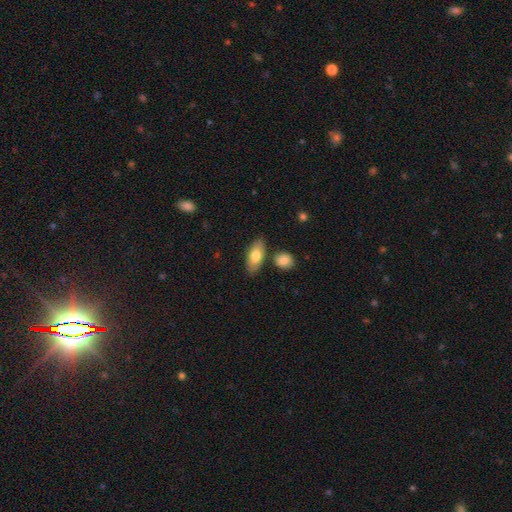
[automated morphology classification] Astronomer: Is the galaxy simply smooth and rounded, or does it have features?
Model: smooth — 75%.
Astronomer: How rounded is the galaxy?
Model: in between — 87%.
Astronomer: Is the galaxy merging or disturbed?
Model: none — 80%.